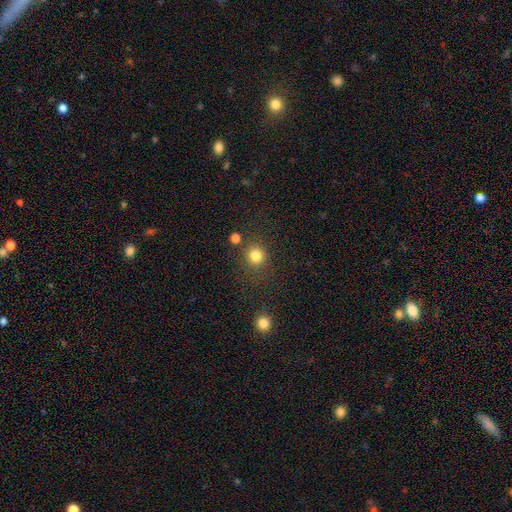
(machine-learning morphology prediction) This is clearly a smooth galaxy (82%). How rounded: clearly round (89%). Merging: clearly none (81%).